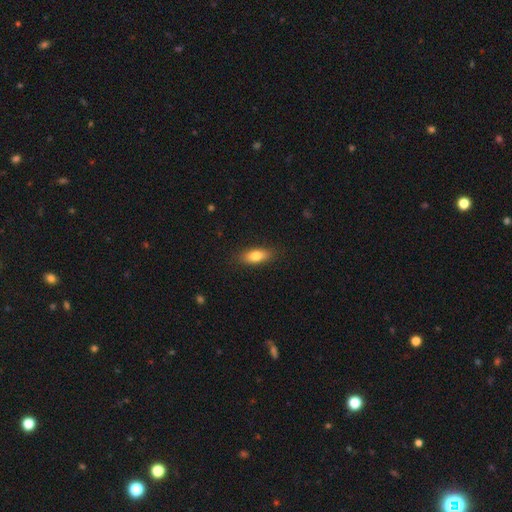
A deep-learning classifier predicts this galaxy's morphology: The model was most divided on "how rounded": in between: 75%, cigar-shaped: 21%, round: 4%. More confident: merging — none (85%); smooth or featured — smooth (79%).